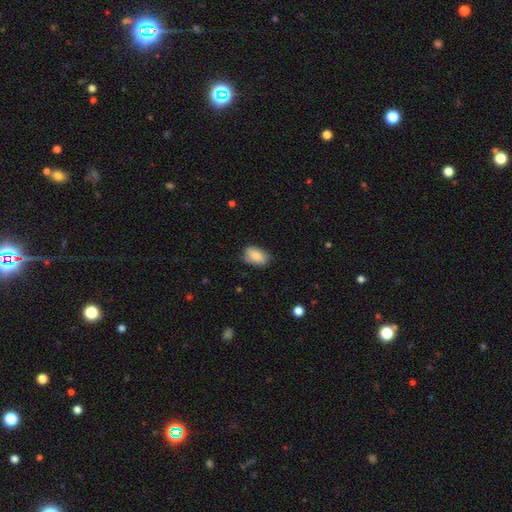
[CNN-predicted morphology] This appears to be a smooth galaxy with no disk features (84%) that is in between round and cigar-shaped (91%). Merging: none (67%).